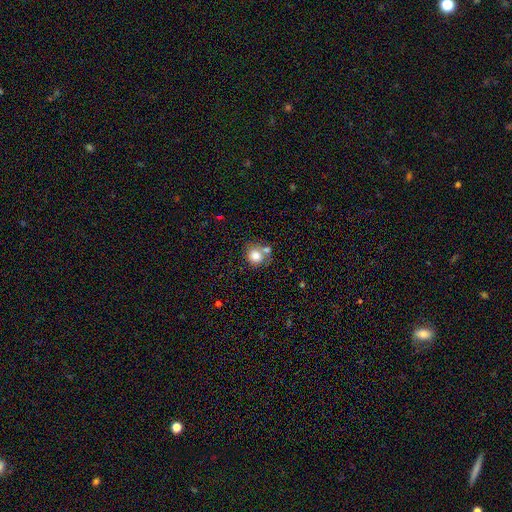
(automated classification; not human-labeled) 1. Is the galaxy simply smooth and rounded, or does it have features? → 80% smooth, 10% featured or disk, 9% star or artifact.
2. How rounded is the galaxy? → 81% round, 18% in between, 1% cigar-shaped.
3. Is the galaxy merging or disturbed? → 49% none, 32% merger, 13% minor disturbance, 6% major disturbance.